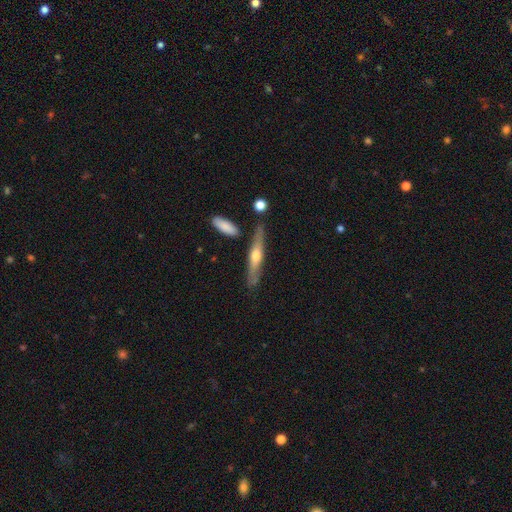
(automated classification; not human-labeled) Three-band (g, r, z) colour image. It shows a featured or disk galaxy (59%) viewed edge-on (91%) with a rounded central bulge (85%). Merging: none (78%).